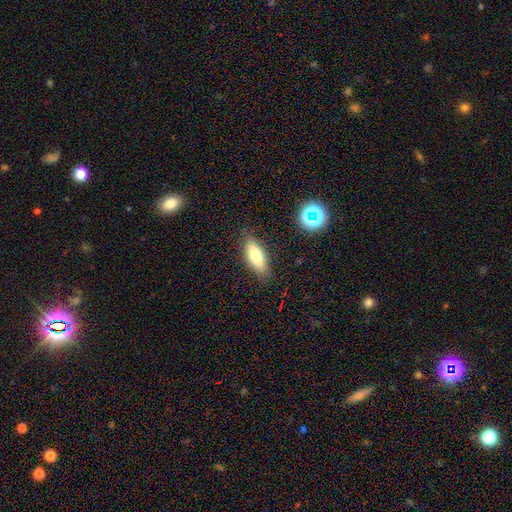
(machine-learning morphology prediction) smooth-or-featured: smooth: 71% | featured or disk: 20% | star or artifact: 8%
  how-rounded: in between: 62% | cigar-shaped: 36% | round: 2%
  merging: none: 85% | minor disturbance: 11% | major disturbance: 3% | merger: 2%